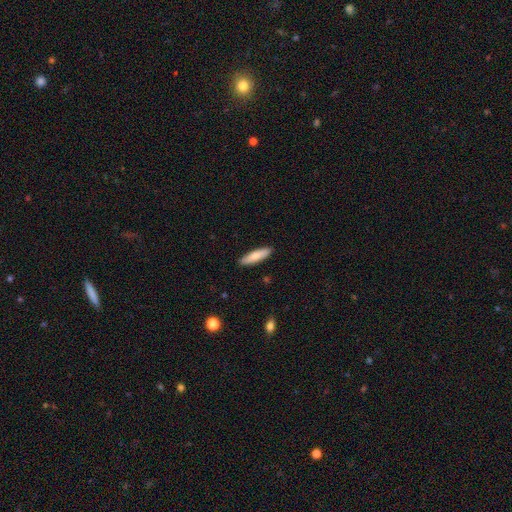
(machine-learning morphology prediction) Smooth or featured?
  - smooth: 79% *
  - featured or disk: 16%
  - star or artifact: 6%
How rounded?
  - cigar-shaped: 67% *
  - in between: 31%
  - round: 2%
Merging?
  - none: 90% *
  - minor disturbance: 8%
  - major disturbance: 2%
  - merger: 1%